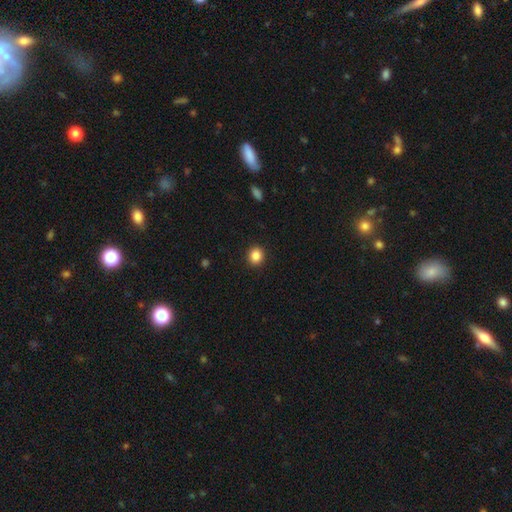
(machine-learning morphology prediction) Q: Smooth or featured?
A: smooth (87%); runner-up: star or artifact (10%)
Q: How rounded?
A: round (83%); runner-up: in between (16%)
Q: Merging?
A: none (92%); runner-up: minor disturbance (5%)